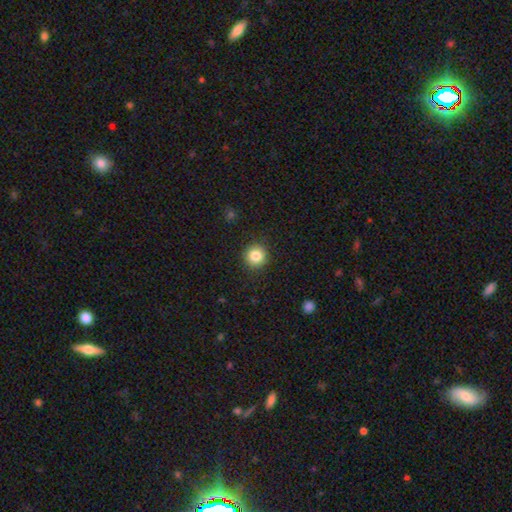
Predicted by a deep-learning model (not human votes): Q: Smooth or featured?
A: smooth (84%); runner-up: star or artifact (10%)
Q: How rounded?
A: round (94%); runner-up: in between (5%)
Q: Merging?
A: none (91%); runner-up: minor disturbance (6%)